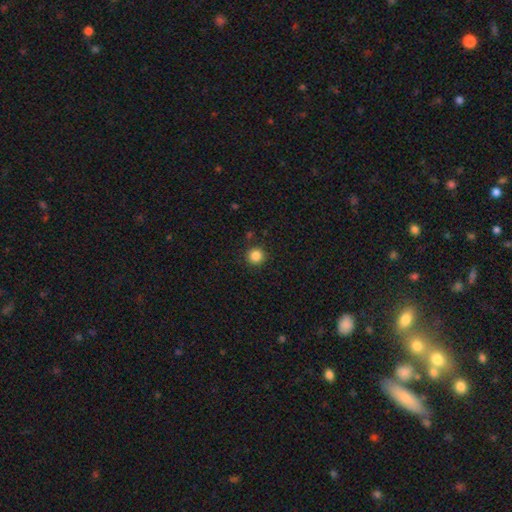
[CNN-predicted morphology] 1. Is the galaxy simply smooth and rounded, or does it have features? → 85% smooth, 11% star or artifact, 4% featured or disk.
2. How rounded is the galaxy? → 95% round, 4% in between, 1% cigar-shaped.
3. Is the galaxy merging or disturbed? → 91% none, 5% minor disturbance, 2% major disturbance, 2% merger.